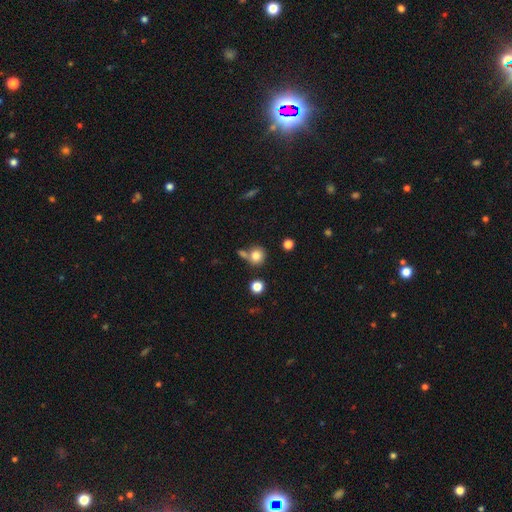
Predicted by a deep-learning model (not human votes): smooth 81%, star or artifact 11%, featured or disk 7%. Down the decision tree: how rounded — round (87%); merging — none (63%).